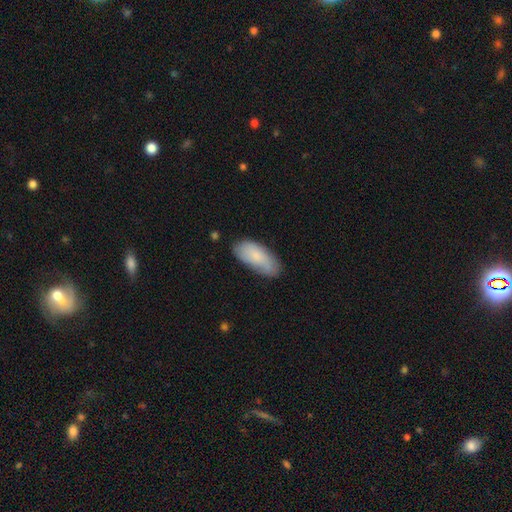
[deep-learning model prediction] Smooth or featured?
  - smooth: 77% *
  - featured or disk: 17%
  - star or artifact: 6%
How rounded?
  - in between: 88% *
  - cigar-shaped: 10%
  - round: 2%
Merging?
  - none: 68% *
  - minor disturbance: 25%
  - major disturbance: 5%
  - merger: 2%